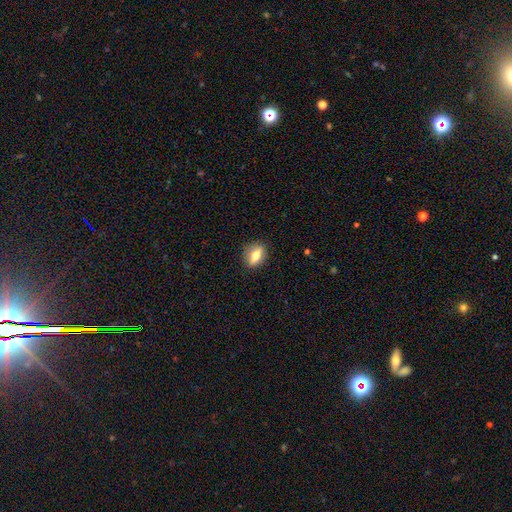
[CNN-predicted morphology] The model was most divided on "smooth or featured": smooth: 58%, featured or disk: 34%, star or artifact: 8%. More confident: merging — none (85%); how rounded — in between (63%).